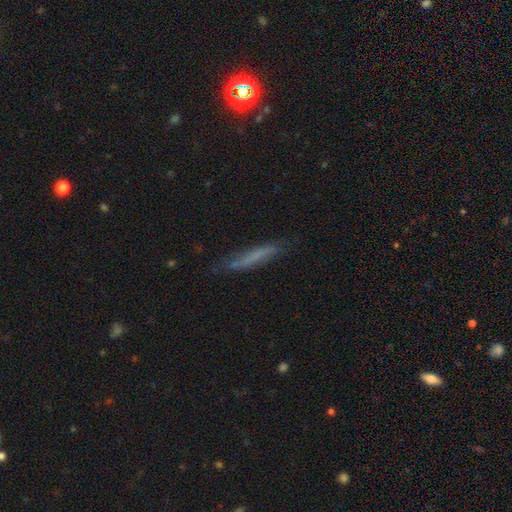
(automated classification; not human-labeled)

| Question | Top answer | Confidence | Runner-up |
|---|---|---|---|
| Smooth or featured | smooth | 59% | featured or disk (32%) |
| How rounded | cigar-shaped | 91% | in between (7%) |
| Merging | none | 71% | minor disturbance (21%) |